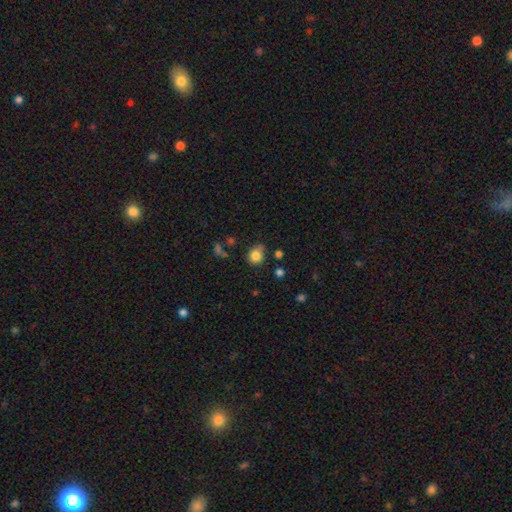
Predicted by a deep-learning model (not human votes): This is clearly a smooth galaxy (83%). How rounded: likely round (76%). Merging: possibly none (60%).